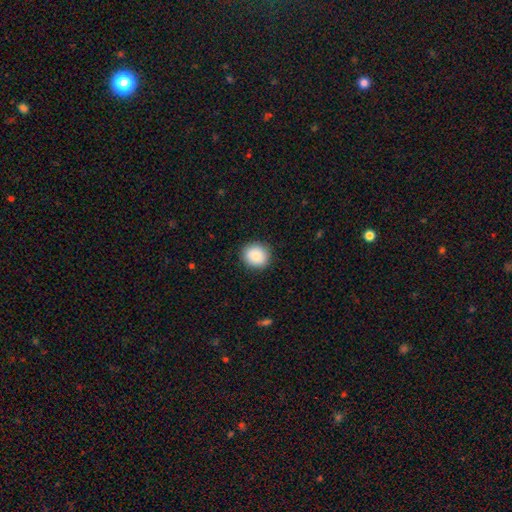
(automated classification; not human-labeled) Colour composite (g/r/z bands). It shows a smooth galaxy with no disk features (87%) that is round (84%). Merging: none (89%).